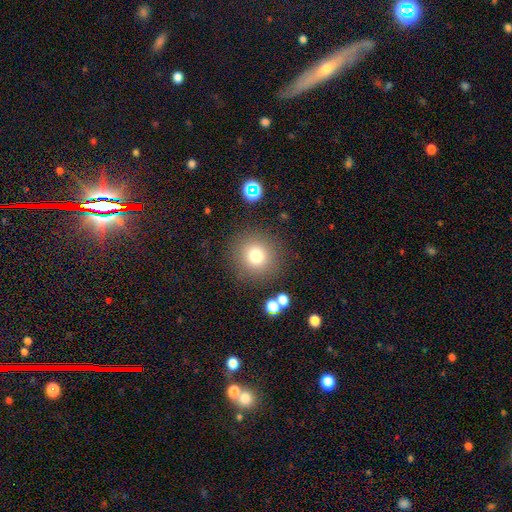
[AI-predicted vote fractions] This appears to be a smooth galaxy with no disk features (75%) that is round (94%). Merging: none (86%).